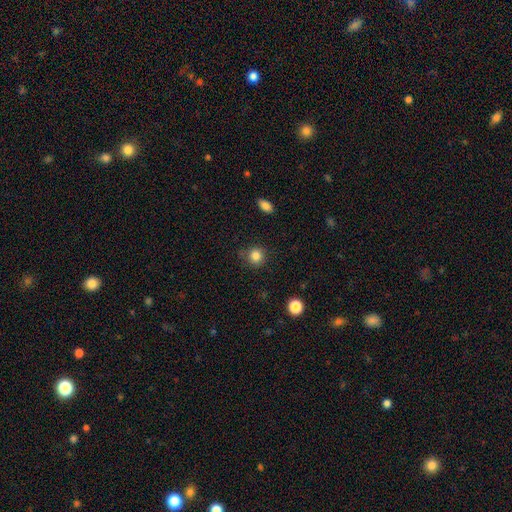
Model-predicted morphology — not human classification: smooth 84%, star or artifact 11%, featured or disk 5%. Down the decision tree: how rounded — round (89%); merging — none (80%).